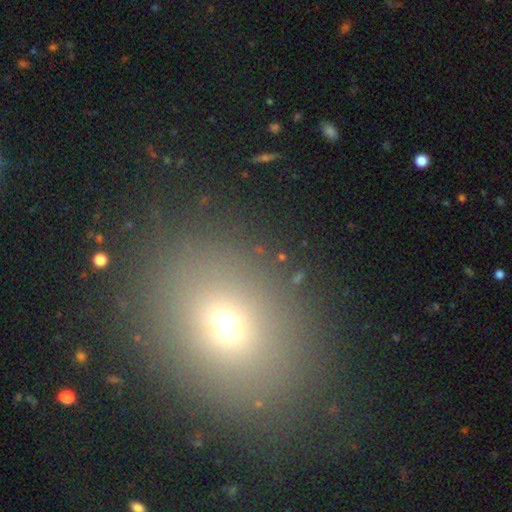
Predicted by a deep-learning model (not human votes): Smooth or featured: smooth — 61% (star or artifact — 26%)
How rounded: in between — 50% (round — 48%)
Merging: none — 83% (minor disturbance — 9%)